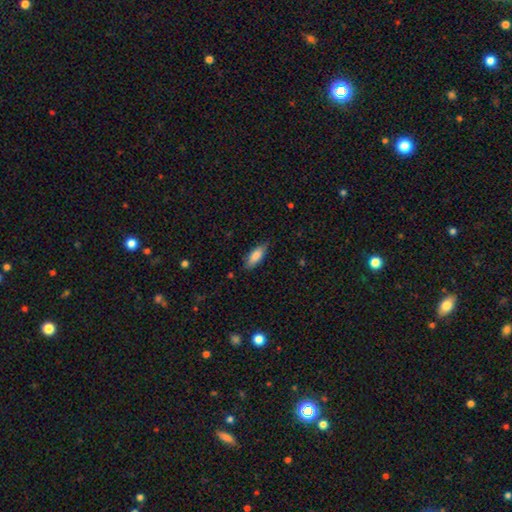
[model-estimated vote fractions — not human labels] Smooth or featured? Predicted: smooth (p=0.82). How rounded? Predicted: in between (p=0.67). Merging? Predicted: none (p=0.80).